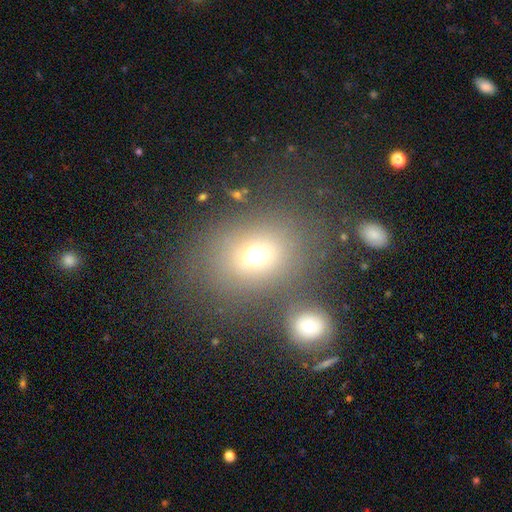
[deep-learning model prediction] Smooth or featured?
  - smooth: 68% *
  - star or artifact: 17%
  - featured or disk: 15%
How rounded?
  - in between: 50% *
  - round: 49%
  - cigar-shaped: 1%
Merging?
  - none: 61% *
  - merger: 18%
  - minor disturbance: 13%
  - major disturbance: 8%